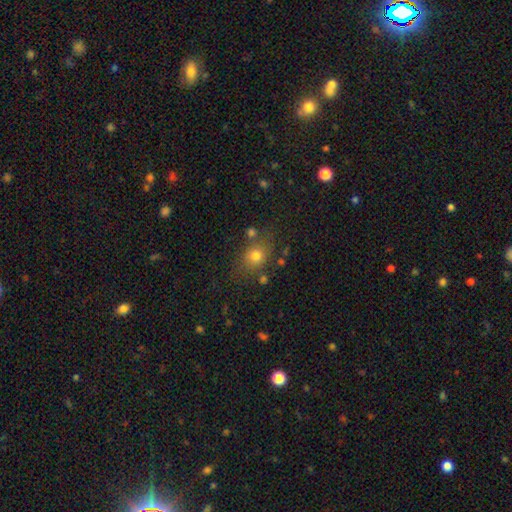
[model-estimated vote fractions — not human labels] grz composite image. It shows a smooth galaxy with no disk features (74%) that is round (54%). Merging: none (70%).